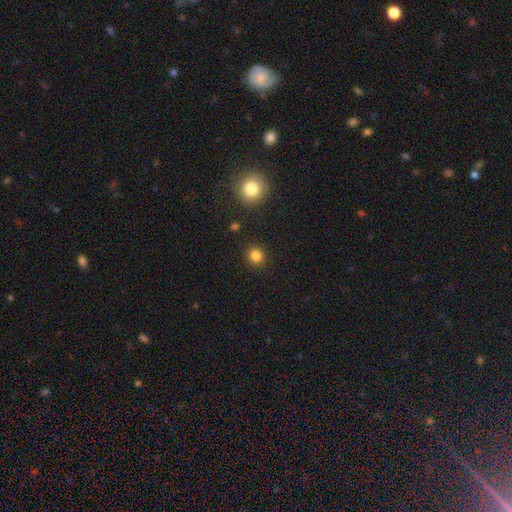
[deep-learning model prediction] The model was most divided on "smooth or featured": smooth: 83%, star or artifact: 13%, featured or disk: 4%. More confident: merging — none (90%); how rounded — round (89%).